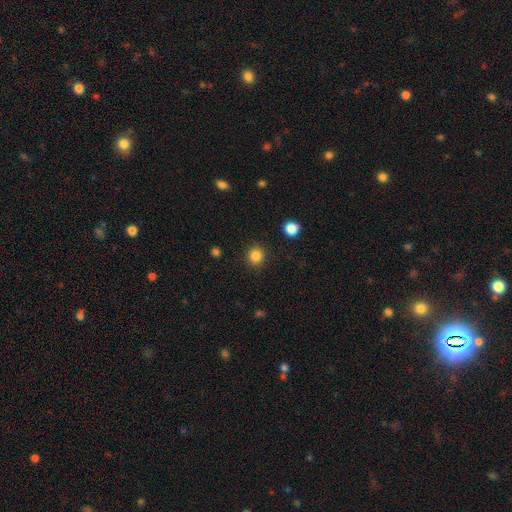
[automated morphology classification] smooth-or-featured: smooth: 85% | star or artifact: 11% | featured or disk: 4%
  how-rounded: round: 92% | in between: 7% | cigar-shaped: 1%
  merging: none: 91% | minor disturbance: 6% | major disturbance: 2% | merger: 1%